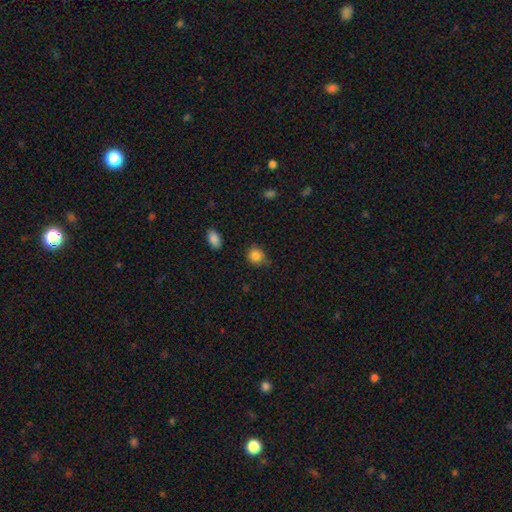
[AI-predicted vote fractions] Q: Smooth or featured?
A: smooth (85%); runner-up: star or artifact (10%)
Q: How rounded?
A: round (79%); runner-up: in between (20%)
Q: Merging?
A: none (70%); runner-up: minor disturbance (23%)